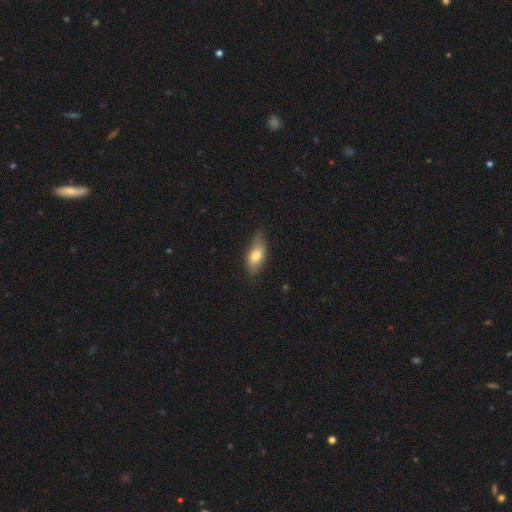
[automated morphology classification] This appears to be a smooth galaxy with no disk features (74%) that is in between round and cigar-shaped (82%). Merging: none (67%).